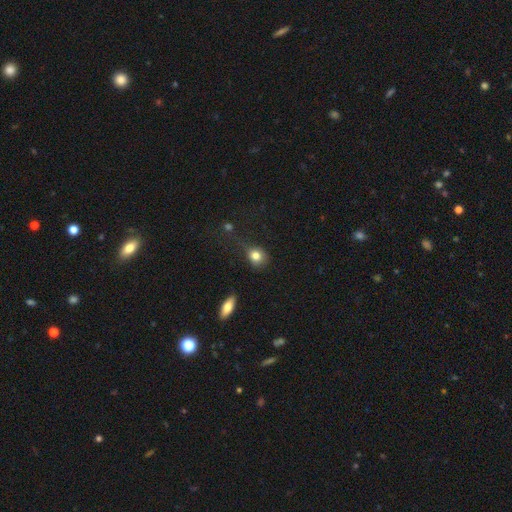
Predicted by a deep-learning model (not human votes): A smooth galaxy with no disk features (82%) that is round (65%). Merging: none (63%).